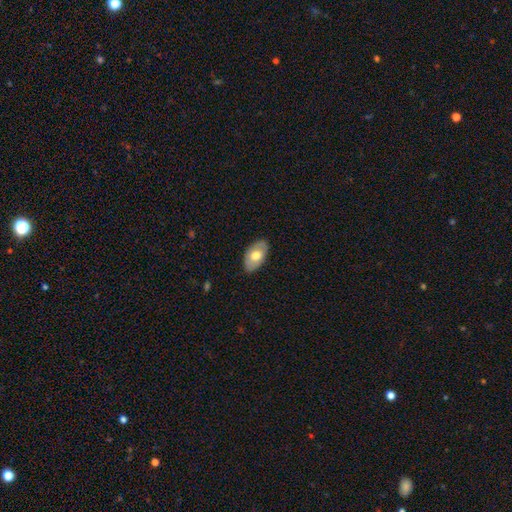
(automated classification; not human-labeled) smooth_or_featured: smooth (p=0.62) [alt: featured or disk p=0.32]
how_rounded: in between (p=0.94) [alt: round p=0.04]
merging: none (p=0.84) [alt: minor disturbance p=0.13]